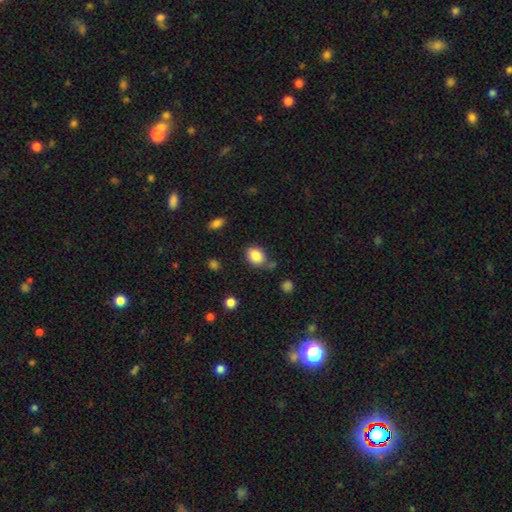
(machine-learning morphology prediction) The model was most divided on "how rounded": in between: 55%, round: 44%, cigar-shaped: 1%. More confident: smooth or featured — smooth (86%); merging — none (68%).